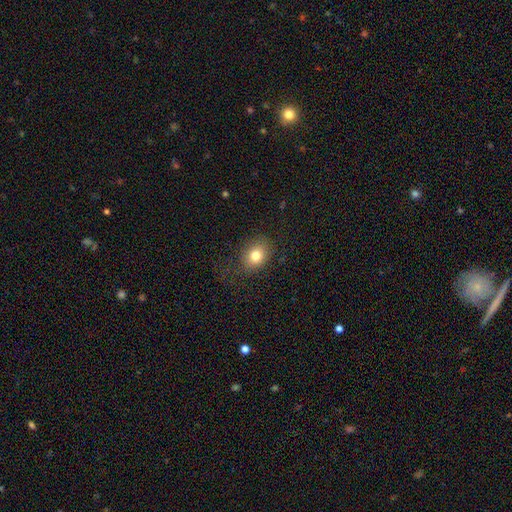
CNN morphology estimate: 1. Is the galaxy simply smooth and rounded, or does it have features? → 79% smooth, 11% star or artifact, 10% featured or disk.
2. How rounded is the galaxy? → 53% in between, 46% round, 1% cigar-shaped.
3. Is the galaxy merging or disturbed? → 78% none, 14% minor disturbance, 7% major disturbance, 1% merger.